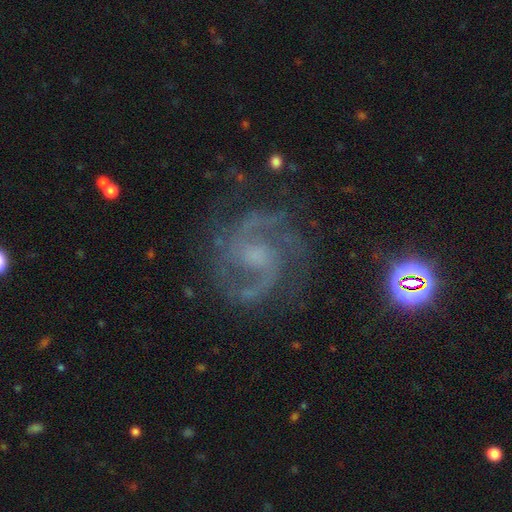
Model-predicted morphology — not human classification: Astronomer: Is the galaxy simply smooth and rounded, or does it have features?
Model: featured or disk — 90%.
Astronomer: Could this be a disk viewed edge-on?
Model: no — 98%.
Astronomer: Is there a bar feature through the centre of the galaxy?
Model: no — 45%, tied with weak at 45%.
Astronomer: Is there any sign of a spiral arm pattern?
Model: yes — 98%.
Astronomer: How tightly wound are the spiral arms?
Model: medium — 60%.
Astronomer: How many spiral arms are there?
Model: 2 — 81%.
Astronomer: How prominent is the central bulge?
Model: small — 39% (runner-up: moderate, 32%).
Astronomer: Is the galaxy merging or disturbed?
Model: none — 75%.